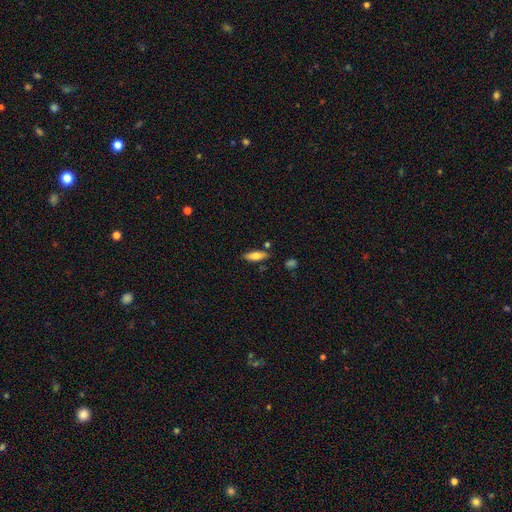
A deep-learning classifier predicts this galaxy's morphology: smooth-or-featured: smooth: 71% | featured or disk: 23% | star or artifact: 7%
  how-rounded: in between: 56% | cigar-shaped: 42% | round: 2%
  merging: none: 79% | minor disturbance: 13% | merger: 5% | major disturbance: 3%